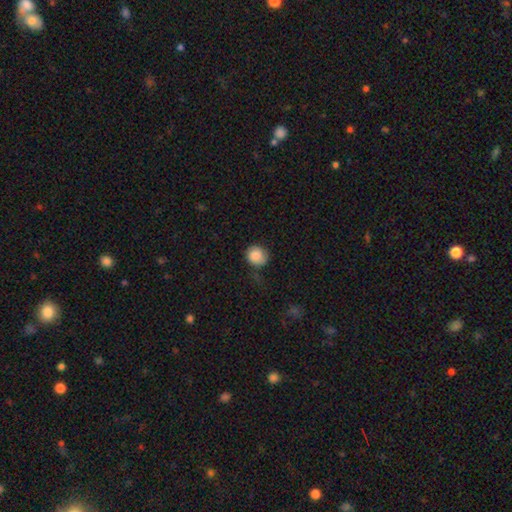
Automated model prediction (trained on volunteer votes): Smooth or featured? Predicted: smooth (p=0.84). How rounded? Predicted: round (p=0.83). Merging? Predicted: none (p=0.60).